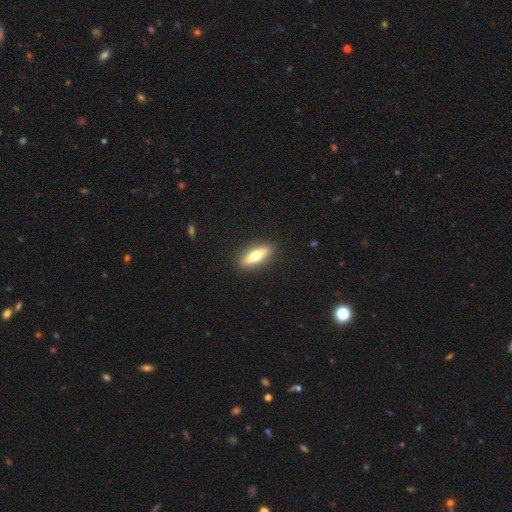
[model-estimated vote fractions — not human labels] smooth_or_featured: smooth (p=0.47) [tied with: featured or disk p=0.47]
merging: none (p=0.90) [alt: minor disturbance p=0.07]